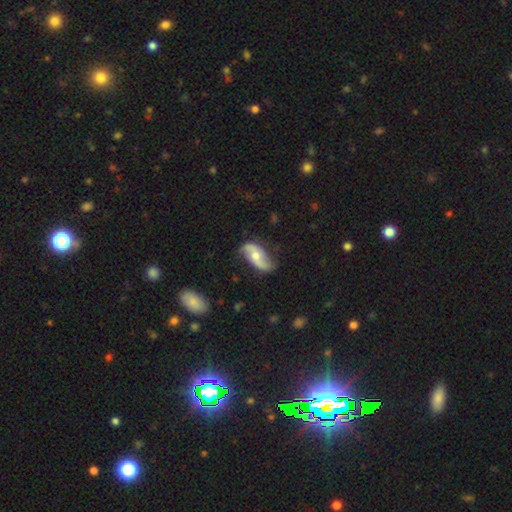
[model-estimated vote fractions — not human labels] This appears to be a featured or disk galaxy (78%) with no bar (58%), 2 (92%) loose (74%) spiral arms (93%) and a moderate central bulge (66%). Merging: none (74%).